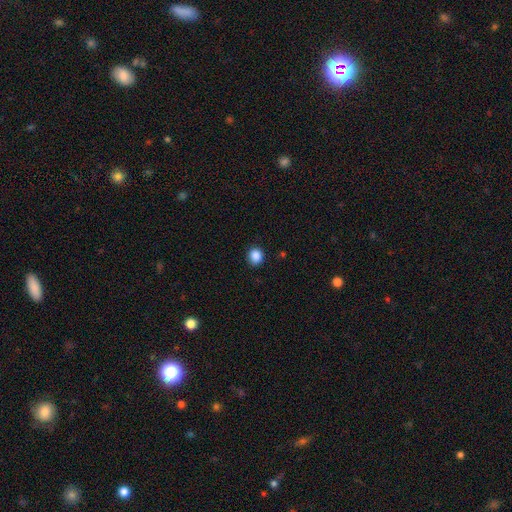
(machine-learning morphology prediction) Smooth or featured? smooth (88%)
How rounded? round (78%)
Merging? none (89%)